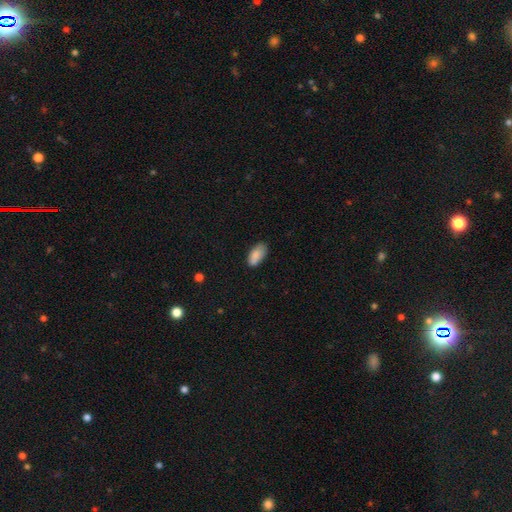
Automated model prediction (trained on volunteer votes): Q: Smooth or featured?
A: smooth (84%); runner-up: featured or disk (9%)
Q: How rounded?
A: in between (92%); runner-up: cigar-shaped (5%)
Q: Merging?
A: none (70%); runner-up: minor disturbance (22%)